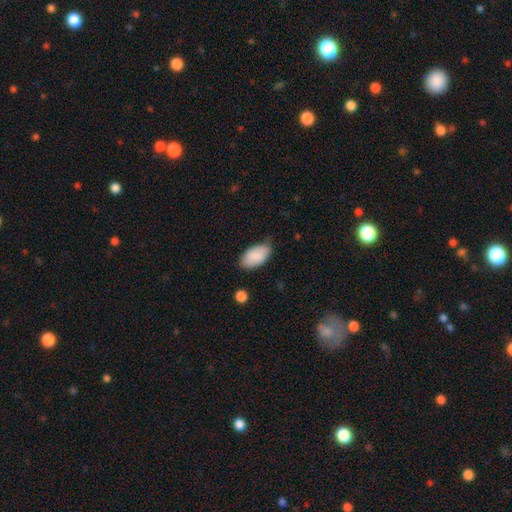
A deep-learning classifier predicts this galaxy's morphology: This appears to be a smooth galaxy with no disk features (89%) that is in between round and cigar-shaped (95%). Merging: none (72%).